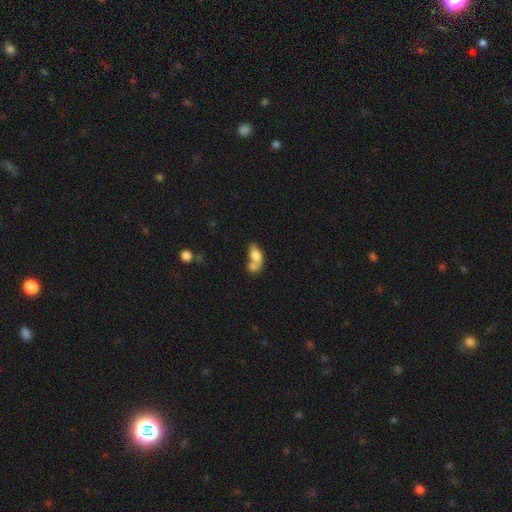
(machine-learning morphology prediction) The model was most divided on "merging": merger: 68%, none: 18%, minor disturbance: 8%, major disturbance: 6%. More confident: how rounded — in between (82%); smooth or featured — smooth (73%).